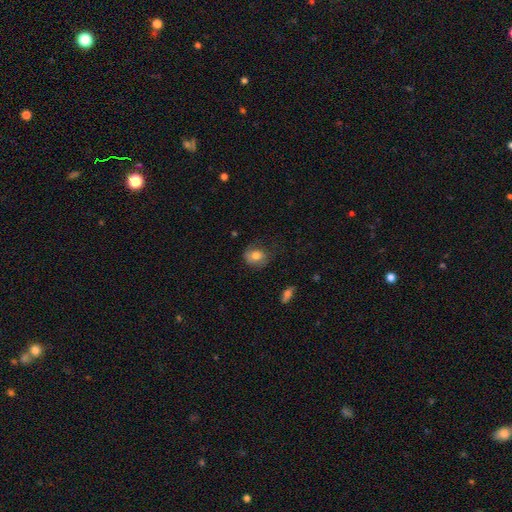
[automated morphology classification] Smooth or featured?
  - smooth: 74% *
  - featured or disk: 17%
  - star or artifact: 9%
How rounded?
  - round: 58% *
  - in between: 41%
  - cigar-shaped: 1%
Merging?
  - none: 59% *
  - minor disturbance: 26%
  - major disturbance: 13%
  - merger: 2%